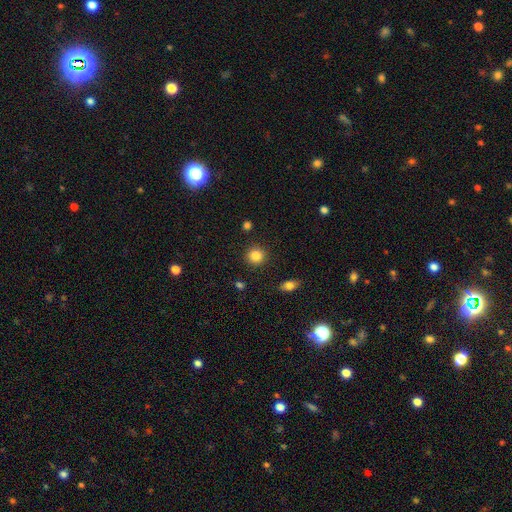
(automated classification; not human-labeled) This appears to be a smooth galaxy with no disk features (85%) that is round (91%). Merging: none (91%).